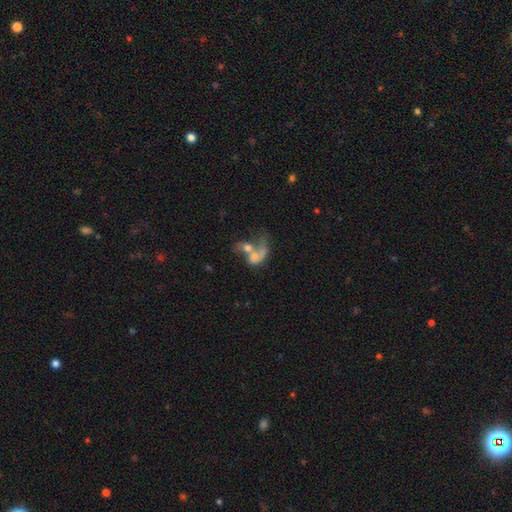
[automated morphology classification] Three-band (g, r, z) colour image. It shows a featured or disk galaxy (46%). Merging: merger (70%).